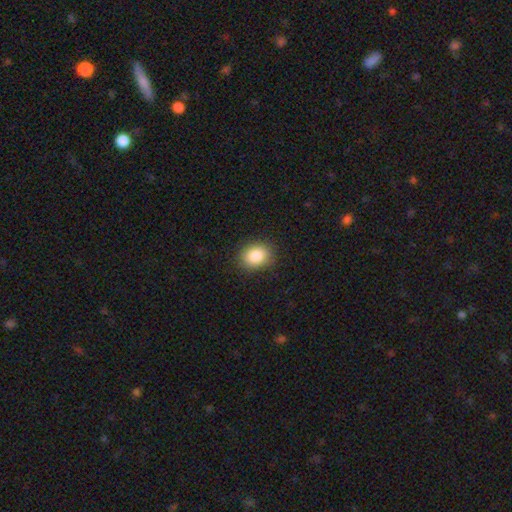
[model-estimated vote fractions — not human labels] Q: Smooth or featured?
A: smooth (86%); runner-up: star or artifact (9%)
Q: How rounded?
A: in between (52%); runner-up: round (47%)
Q: Merging?
A: none (88%); runner-up: minor disturbance (9%)